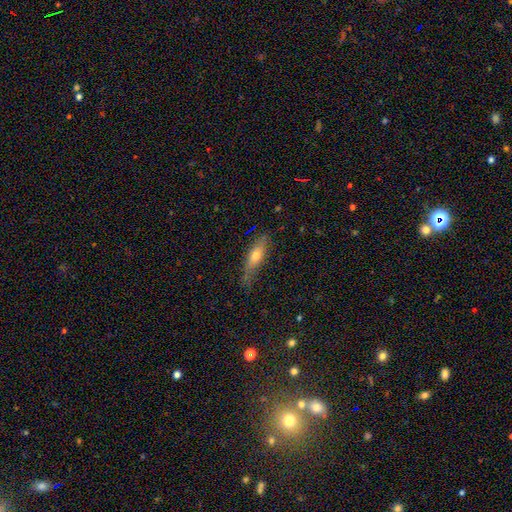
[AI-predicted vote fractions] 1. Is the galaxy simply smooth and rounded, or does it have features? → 62% smooth, 30% featured or disk, 8% star or artifact.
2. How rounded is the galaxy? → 52% cigar-shaped, 44% in between, 3% round.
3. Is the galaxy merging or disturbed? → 64% none, 27% minor disturbance, 7% major disturbance, 2% merger.